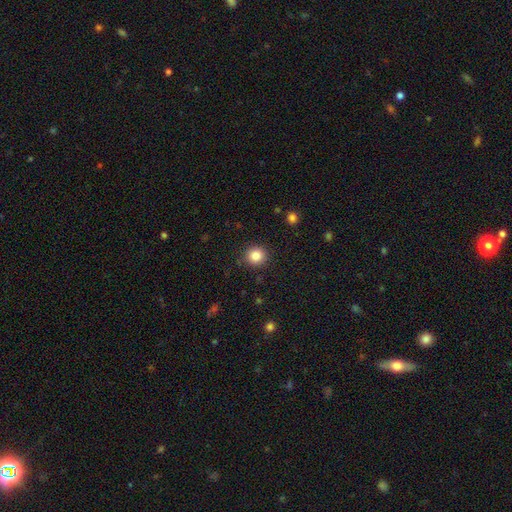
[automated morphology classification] This is clearly a smooth galaxy (85%). How rounded: clearly round (91%). Merging: clearly none (89%).